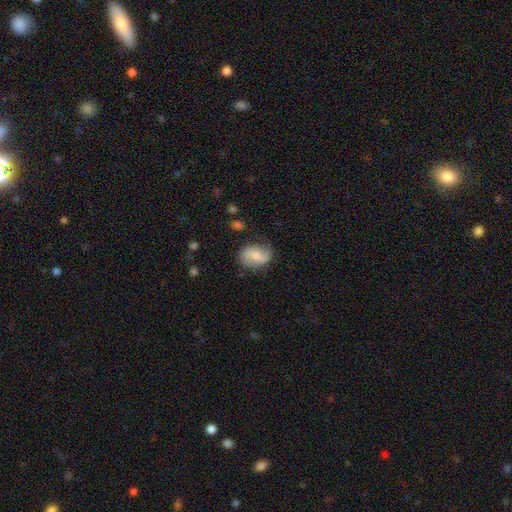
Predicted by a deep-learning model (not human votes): A smooth galaxy with no disk features (51%) that is in between round and cigar-shaped (66%). Merging: none (70%).